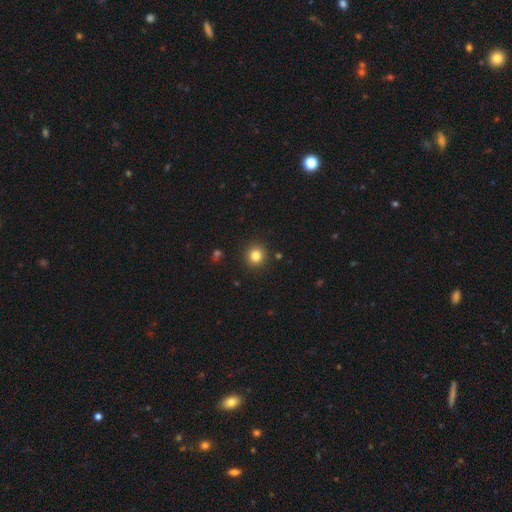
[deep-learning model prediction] Q: Smooth or featured?
A: smooth (83%); runner-up: star or artifact (12%)
Q: How rounded?
A: round (92%); runner-up: in between (7%)
Q: Merging?
A: none (91%); runner-up: minor disturbance (6%)